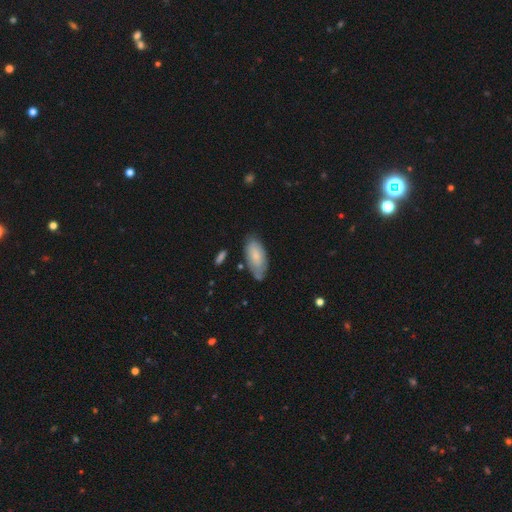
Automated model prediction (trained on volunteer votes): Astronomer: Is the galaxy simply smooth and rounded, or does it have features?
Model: smooth — 69%.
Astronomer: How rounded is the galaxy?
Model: in between — 90%.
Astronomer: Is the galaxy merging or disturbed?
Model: none — 64%.